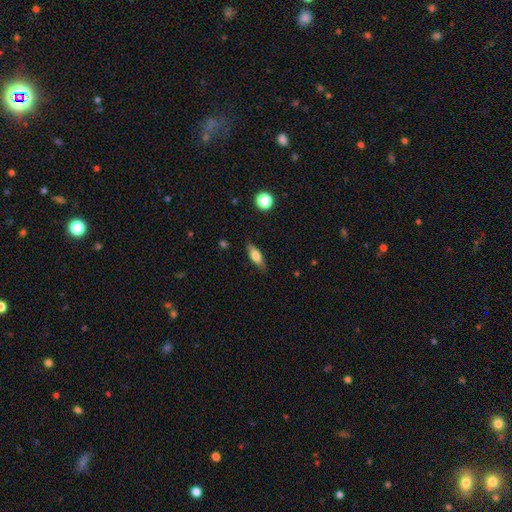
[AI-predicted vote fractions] smooth 72%, featured or disk 21%, star or artifact 7%. Down the decision tree: how rounded — in between (65%); merging — none (82%).